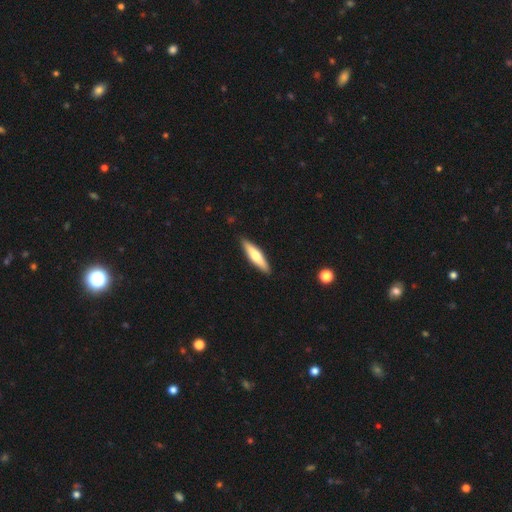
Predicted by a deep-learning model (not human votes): The model was most divided on "smooth or featured": smooth: 60%, featured or disk: 35%, star or artifact: 5%. More confident: merging — none (90%); how rounded — cigar-shaped (78%).